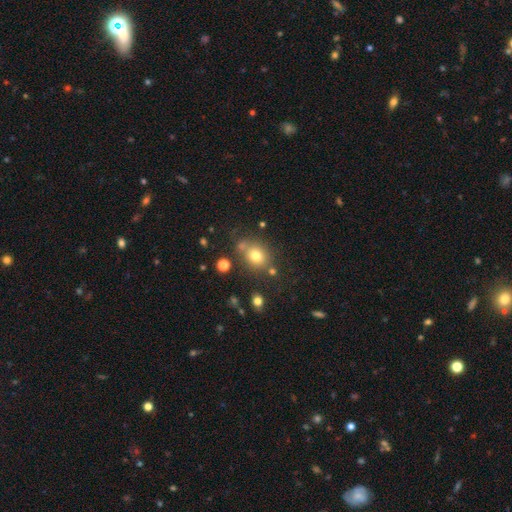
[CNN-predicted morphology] smooth-or-featured: smooth: 75% | star or artifact: 14% | featured or disk: 11%
  how-rounded: round: 69% | in between: 30% | cigar-shaped: 1%
  merging: none: 69% | minor disturbance: 13% | merger: 13% | major disturbance: 5%